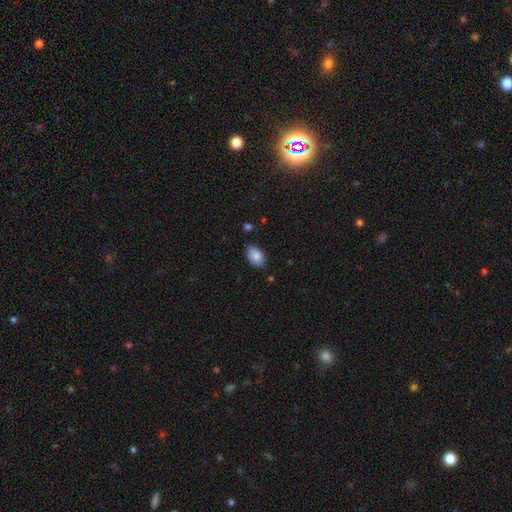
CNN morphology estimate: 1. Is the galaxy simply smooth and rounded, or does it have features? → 87% smooth, 7% star or artifact, 6% featured or disk.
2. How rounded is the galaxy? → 90% in between, 8% round, 1% cigar-shaped.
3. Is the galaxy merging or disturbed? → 83% none, 13% minor disturbance, 2% major disturbance, 2% merger.